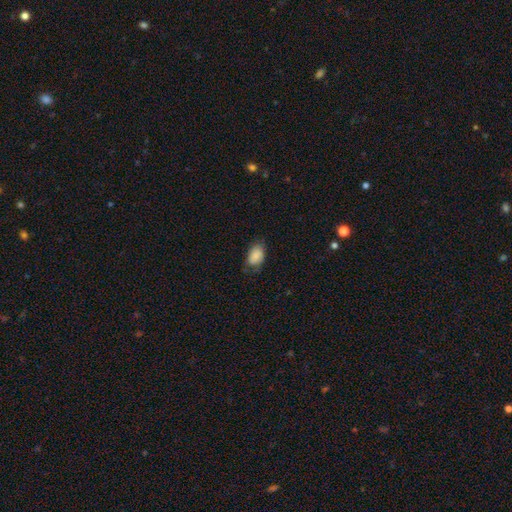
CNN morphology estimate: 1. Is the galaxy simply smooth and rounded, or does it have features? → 86% smooth, 8% star or artifact, 7% featured or disk.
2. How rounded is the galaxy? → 88% in between, 11% round, 1% cigar-shaped.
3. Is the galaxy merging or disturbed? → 64% none, 27% minor disturbance, 7% major disturbance, 1% merger.